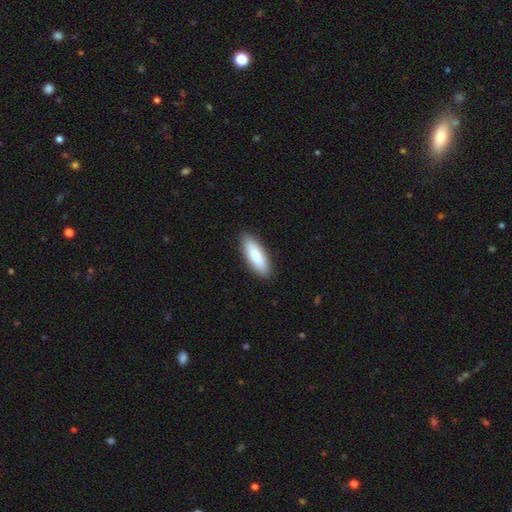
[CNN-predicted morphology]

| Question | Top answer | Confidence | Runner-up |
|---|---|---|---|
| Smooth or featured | smooth | 81% | featured or disk (14%) |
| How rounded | in between | 66% | cigar-shaped (32%) |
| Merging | none | 89% | minor disturbance (8%) |